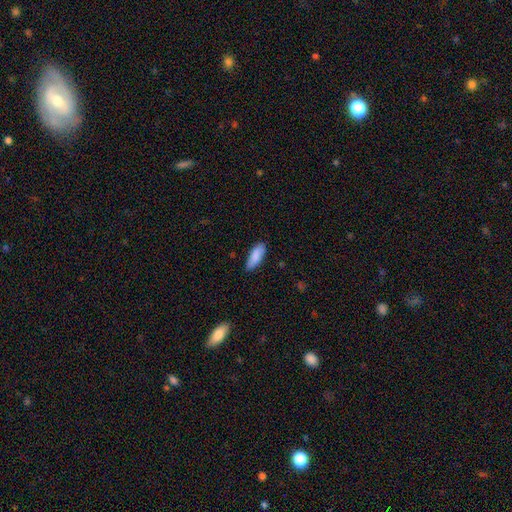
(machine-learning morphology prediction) type=smooth (87%); roundness=in between (72%); merging=none (79%).